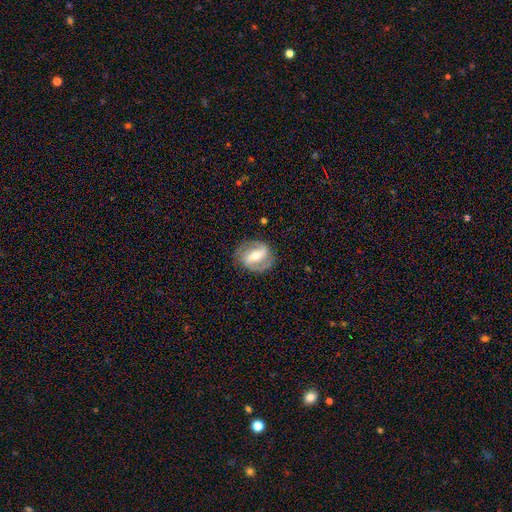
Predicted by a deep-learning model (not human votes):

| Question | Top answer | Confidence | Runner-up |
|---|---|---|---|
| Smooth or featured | featured or disk | 76% | smooth (19%) |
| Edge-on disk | no | 94% | yes (6%) |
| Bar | strong | 64% | weak (25%) |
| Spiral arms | yes | 77% | no (23%) |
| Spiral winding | medium | 44% | tight (31%) |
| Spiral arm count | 2 | 86% | can't tell (8%) |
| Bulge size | moderate | 61% | small (32%) |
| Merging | none | 82% | minor disturbance (12%) |